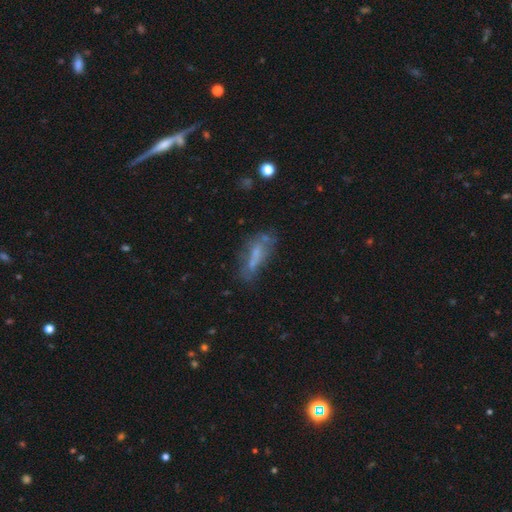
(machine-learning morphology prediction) Smooth or featured? smooth (43%, tied with featured or disk)
Merging? none (45%)